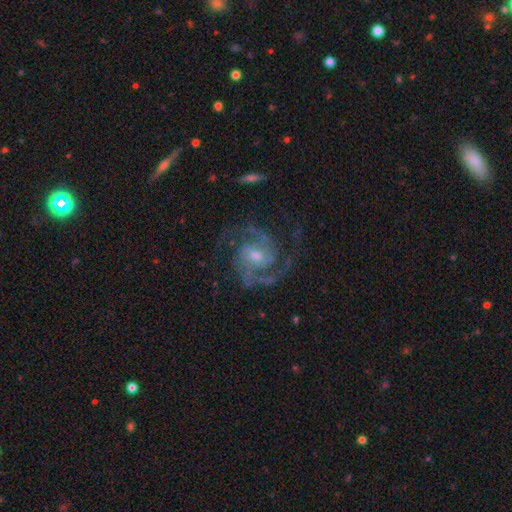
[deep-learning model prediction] Smooth or featured?
  - featured or disk: 91% *
  - star or artifact: 5%
  - smooth: 4%
Edge-on disk?
  - no: 98% *
  - yes: 2%
Bar?
  - no: 50% *
  - weak: 41%
  - strong: 10%
Spiral arms?
  - yes: 98% *
  - no: 2%
Spiral winding?
  - medium: 60% *
  - tight: 26%
  - loose: 15%
Spiral arm count?
  - 2: 80% *
  - 3: 9%
  - can't tell: 4%
  - 4: 3%
  - 1: 2%
  - more than 4: 2%
Bulge size?
  - moderate: 50% *
  - small: 43%
  - large: 3%
  - none: 3%
  - dominant: 1%
Merging?
  - none: 73% *
  - minor disturbance: 15%
  - major disturbance: 11%
  - merger: 2%